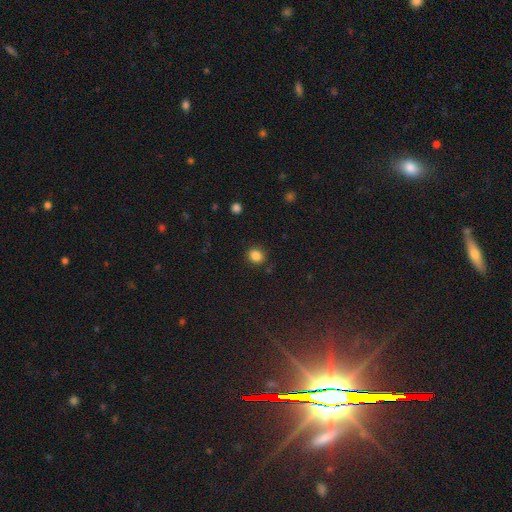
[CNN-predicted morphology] Q: Smooth or featured?
A: smooth (84%); runner-up: star or artifact (12%)
Q: How rounded?
A: round (78%); runner-up: in between (21%)
Q: Merging?
A: none (86%); runner-up: minor disturbance (9%)